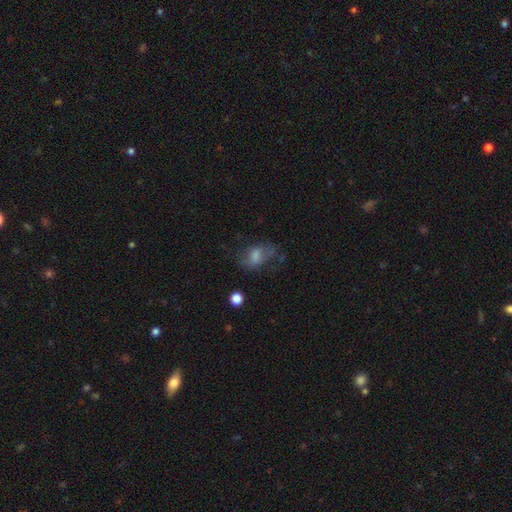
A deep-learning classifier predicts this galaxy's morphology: smooth_or_featured: smooth (p=0.57) [alt: featured or disk p=0.31]
how_rounded: in between (p=0.83) [alt: round p=0.13]
merging: none (p=0.44) [alt: major disturbance p=0.26]